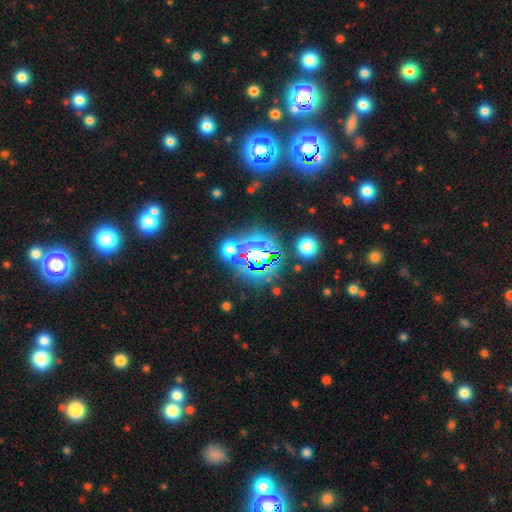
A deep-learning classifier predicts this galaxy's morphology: Smooth or featured: star or artifact — 68% (smooth — 21%)